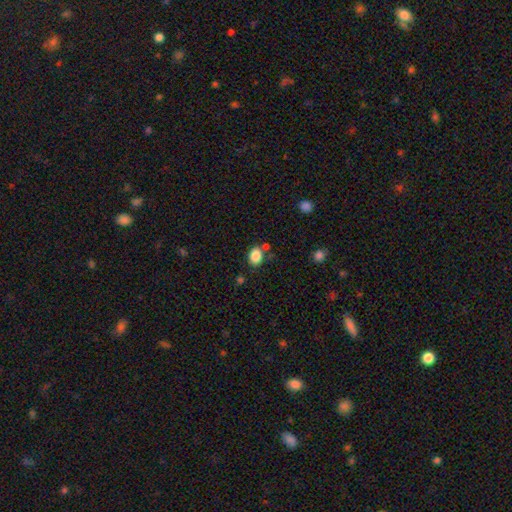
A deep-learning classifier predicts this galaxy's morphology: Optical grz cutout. It shows a smooth galaxy with no disk features (86%) that is in between round and cigar-shaped (64%). Merging: none (70%).